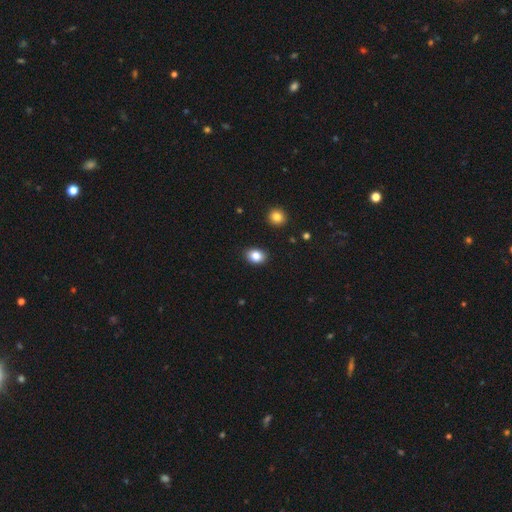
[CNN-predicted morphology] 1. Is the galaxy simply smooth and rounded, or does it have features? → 84% smooth, 10% star or artifact, 6% featured or disk.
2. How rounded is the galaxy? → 61% in between, 38% round, 1% cigar-shaped.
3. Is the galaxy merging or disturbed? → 88% none, 8% minor disturbance, 2% major disturbance, 1% merger.